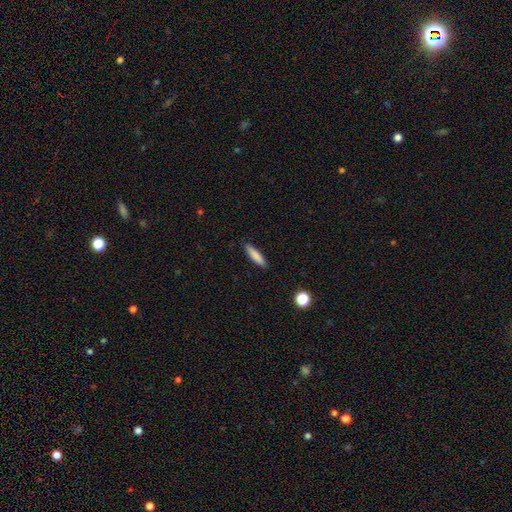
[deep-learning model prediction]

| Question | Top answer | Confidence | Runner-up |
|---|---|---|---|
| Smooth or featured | smooth | 84% | featured or disk (9%) |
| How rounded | cigar-shaped | 82% | in between (17%) |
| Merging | none | 90% | minor disturbance (8%) |